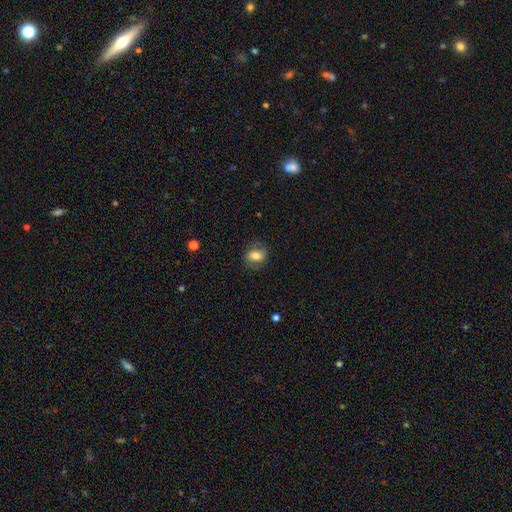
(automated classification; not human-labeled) Overall: smooth (73%). How rounded: in between (62%; round 36%). Merging: none (76%).